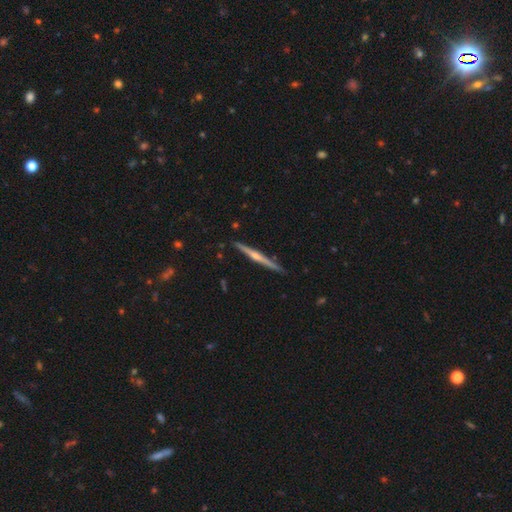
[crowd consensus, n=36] smooth-or-featured: featured or disk: 78% | smooth: 19% | star or artifact: 3%
  disk-edge-on: yes: 100% | no: 0%
    edge-on-bulge: rounded: 89% | none: 7% | boxy: 4%
  merging: none: 94% | minor disturbance: 3% | merger: 3% | major disturbance: 0%